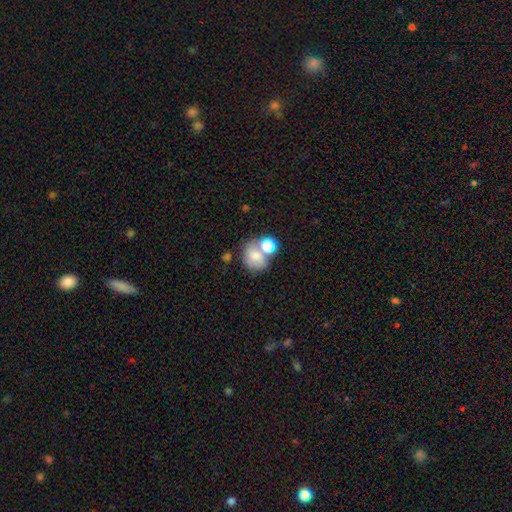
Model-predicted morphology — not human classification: Smooth or featured? smooth (68%)
How rounded? round (62%)
Merging? merger (40%)